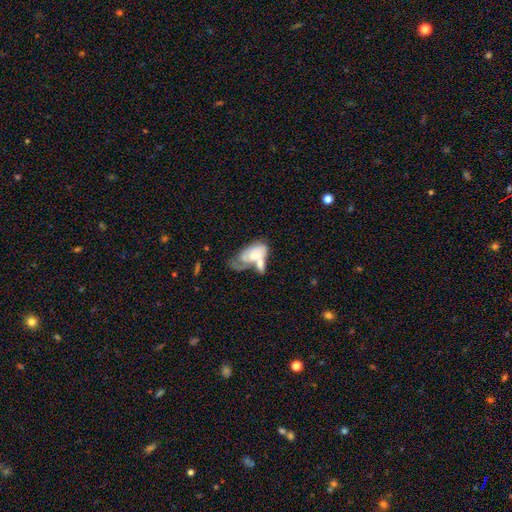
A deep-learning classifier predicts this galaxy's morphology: The model was most divided on "smooth or featured": smooth: 49%, featured or disk: 45%, star or artifact: 6%. More confident: merging — merger (53%).